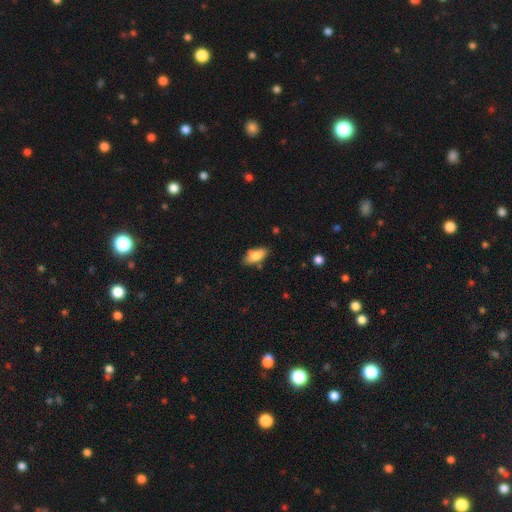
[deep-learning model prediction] smooth 79%, featured or disk 14%, star or artifact 7%. Down the decision tree: how rounded — in between (86%); merging — none (74%).